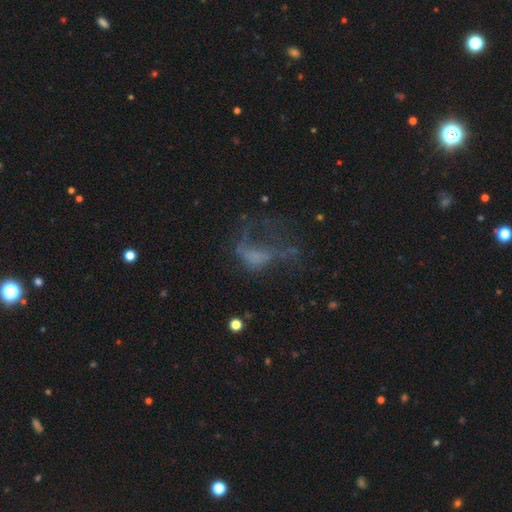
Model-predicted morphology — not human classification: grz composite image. It shows a featured or disk galaxy (44%). Merging: major disturbance (54%).